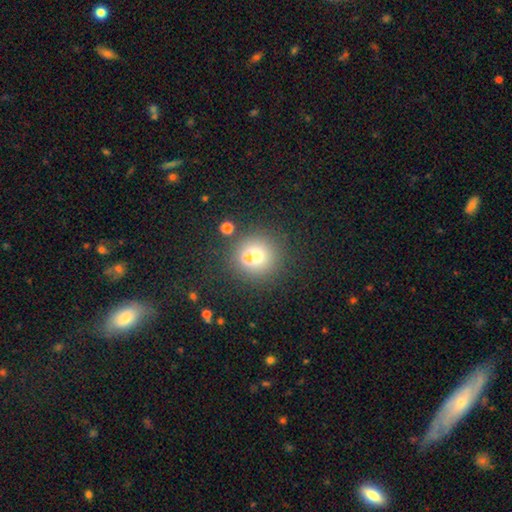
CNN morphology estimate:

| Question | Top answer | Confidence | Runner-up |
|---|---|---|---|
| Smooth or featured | smooth | 65% | featured or disk (21%) |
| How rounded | round | 88% | in between (11%) |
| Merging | none | 50% | merger (38%) |